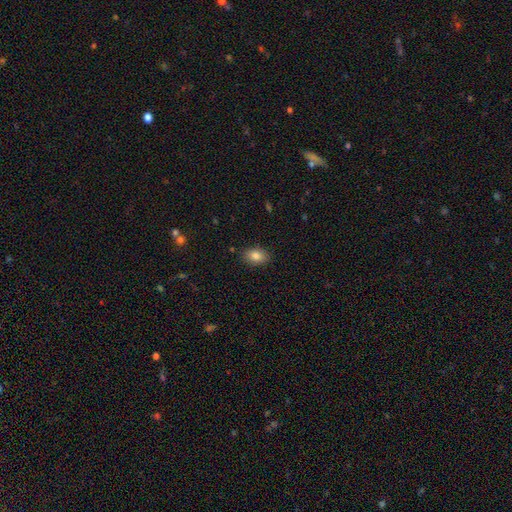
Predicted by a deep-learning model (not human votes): smooth-or-featured: smooth: 84% | star or artifact: 9% | featured or disk: 7%
  how-rounded: in between: 85% | round: 14% | cigar-shaped: 2%
  merging: none: 86% | minor disturbance: 10% | major disturbance: 2% | merger: 1%